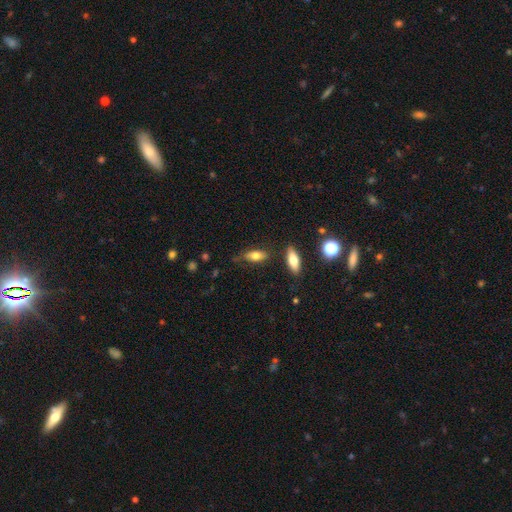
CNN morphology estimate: Smooth or featured? smooth (73%)
How rounded? in between (78%)
Merging? none (62%)